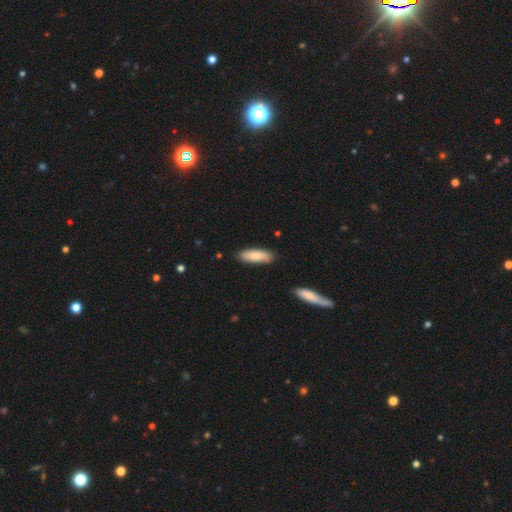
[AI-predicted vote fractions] smooth_or_featured: smooth (p=0.84) [alt: featured or disk p=0.11]
how_rounded: in between (p=0.55) [alt: cigar-shaped p=0.43]
merging: none (p=0.85) [alt: minor disturbance p=0.11]